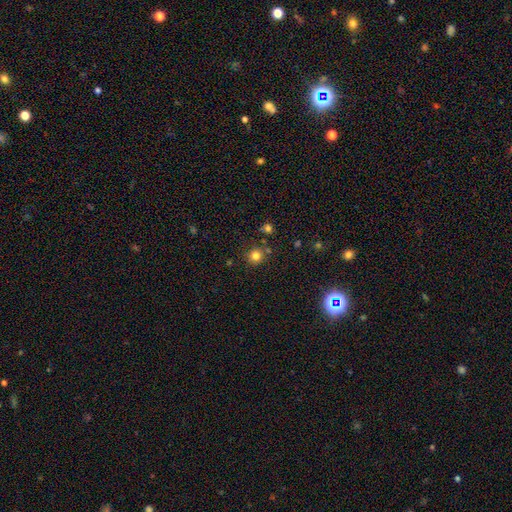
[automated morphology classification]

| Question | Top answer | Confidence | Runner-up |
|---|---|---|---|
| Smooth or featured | smooth | 80% | star or artifact (14%) |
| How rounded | round | 93% | in between (6%) |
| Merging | none | 83% | minor disturbance (8%) |